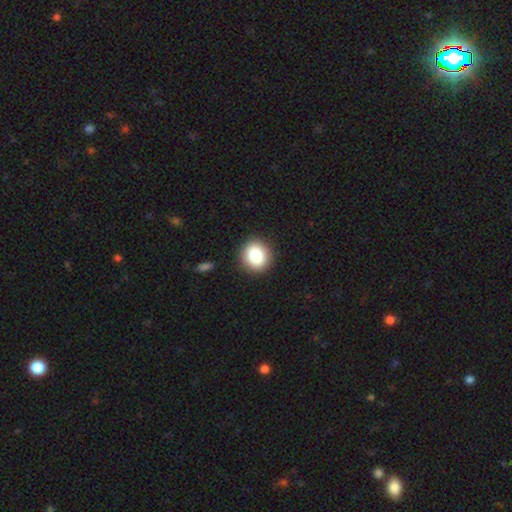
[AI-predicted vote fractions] Smooth or featured? Predicted: smooth (p=0.86). How rounded? Predicted: round (p=0.81). Merging? Predicted: none (p=0.89).